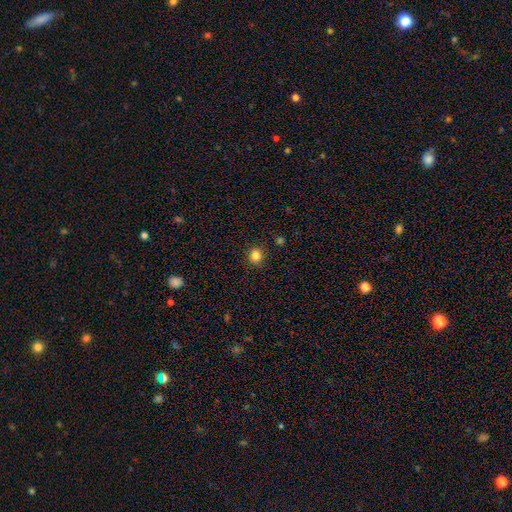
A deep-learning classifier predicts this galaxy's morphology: This appears to be a smooth galaxy with no disk features (83%) that is round (86%). Merging: none (90%).